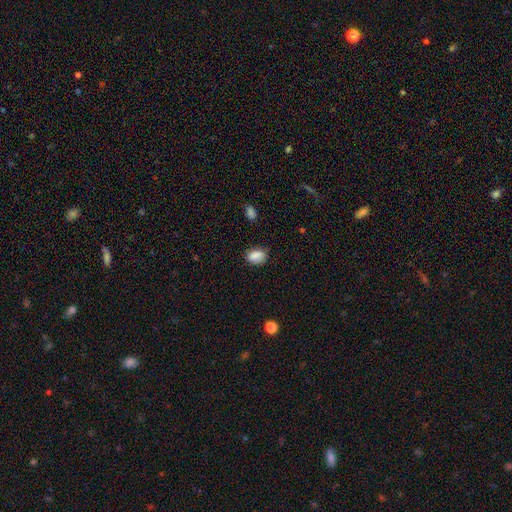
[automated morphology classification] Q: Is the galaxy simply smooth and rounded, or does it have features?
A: smooth — 85%.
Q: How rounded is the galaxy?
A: in between — 78%.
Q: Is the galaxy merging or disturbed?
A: none — 71%.